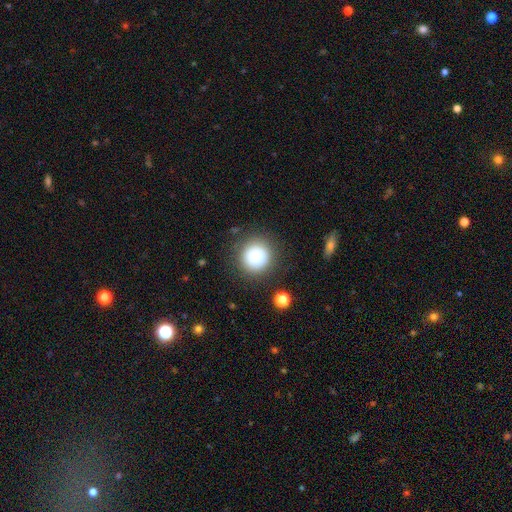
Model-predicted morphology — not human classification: This is clearly a smooth galaxy (83%). How rounded: clearly round (94%). Merging: clearly none (85%).